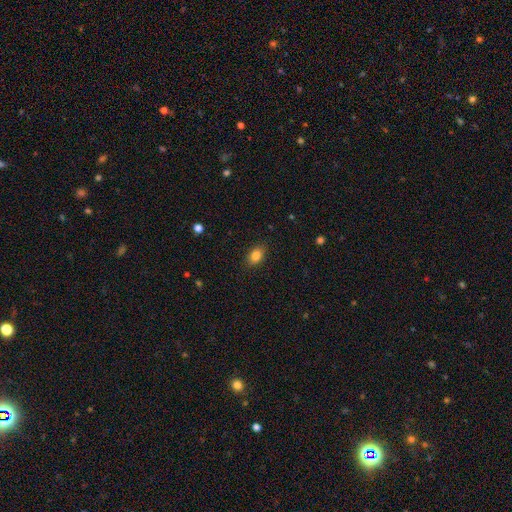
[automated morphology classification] smooth 84%, star or artifact 10%, featured or disk 6%. Down the decision tree: how rounded — in between (79%); merging — none (87%).